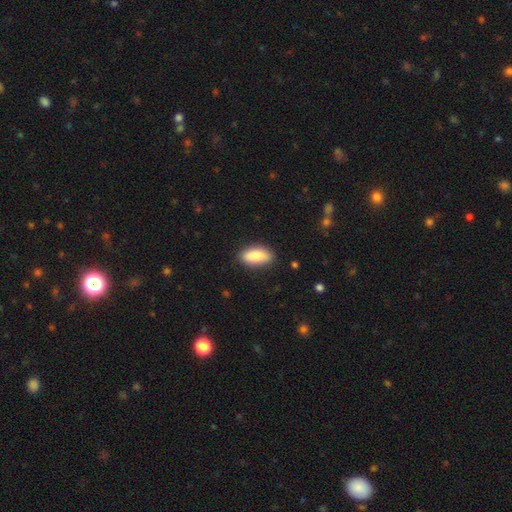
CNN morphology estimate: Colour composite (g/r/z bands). It shows a smooth galaxy with no disk features (86%) that is in between round and cigar-shaped (87%). Merging: none (85%).